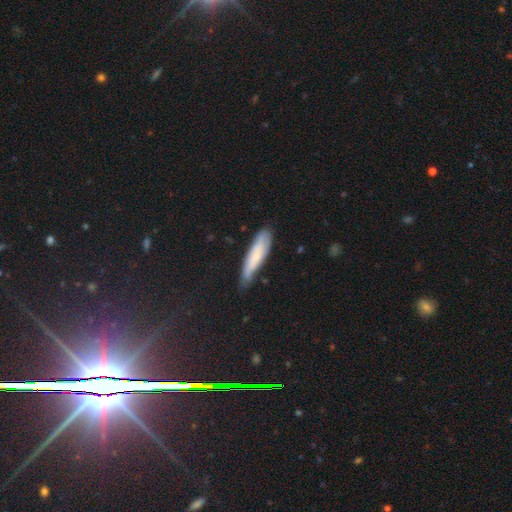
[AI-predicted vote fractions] smooth_or_featured: smooth (p=0.61) [alt: featured or disk p=0.31]
how_rounded: cigar-shaped (p=0.76) [alt: in between p=0.23]
merging: none (p=0.61) [alt: minor disturbance p=0.30]